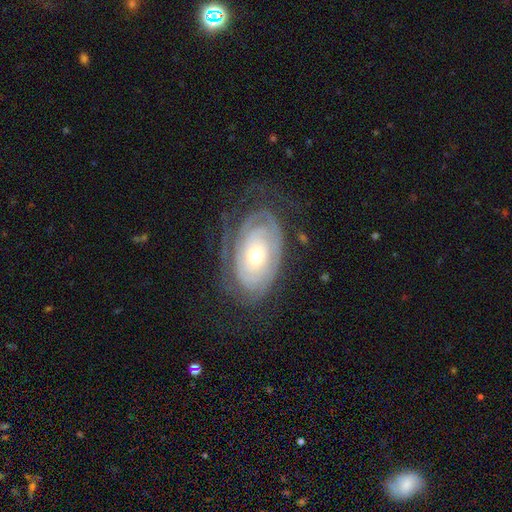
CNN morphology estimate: This appears to be a featured or disk galaxy (82%) with no bar (81%), tight (80%) spiral arms (89%) and a moderate central bulge (49%). Merging: none (67%).